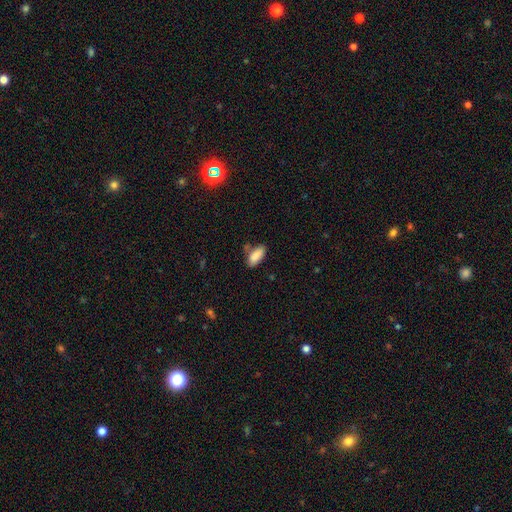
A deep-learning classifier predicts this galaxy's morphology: A smooth galaxy with no disk features (87%) that is in between round and cigar-shaped (84%). Merging: none (67%).